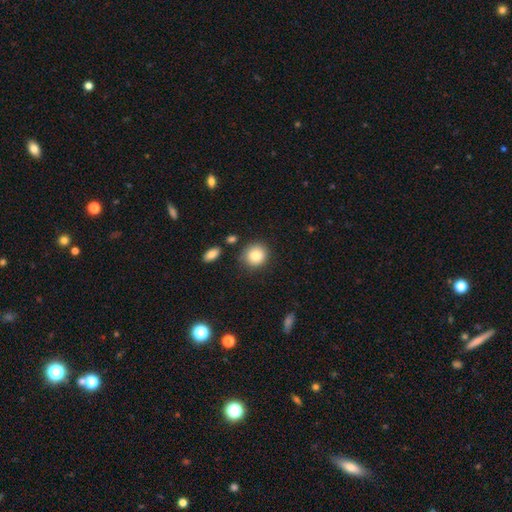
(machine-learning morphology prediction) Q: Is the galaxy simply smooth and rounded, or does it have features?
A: smooth — 86%.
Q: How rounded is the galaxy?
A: round — 84%.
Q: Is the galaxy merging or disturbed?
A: none — 81%.